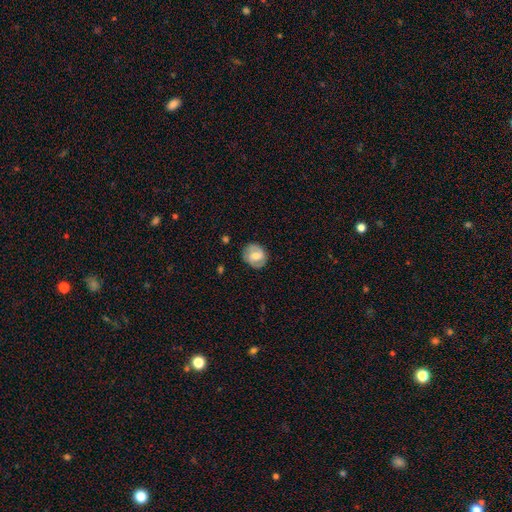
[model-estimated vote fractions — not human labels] Q: Smooth or featured?
A: featured or disk (47%); runner-up: smooth (45%)
Q: Merging?
A: none (79%); runner-up: minor disturbance (15%)